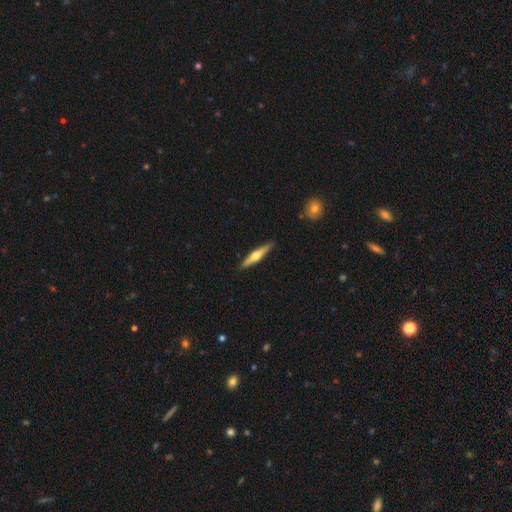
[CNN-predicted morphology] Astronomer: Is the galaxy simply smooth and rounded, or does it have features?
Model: featured or disk — 56% (runner-up: smooth, 39%).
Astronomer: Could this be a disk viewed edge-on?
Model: yes — 96%.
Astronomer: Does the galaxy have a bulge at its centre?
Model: rounded — 91%.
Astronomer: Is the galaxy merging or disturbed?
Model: none — 89%.